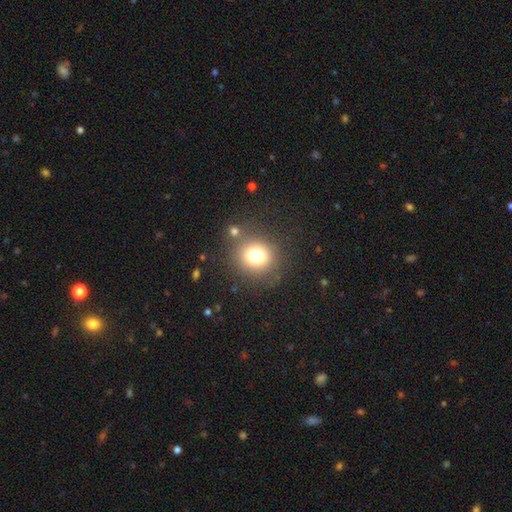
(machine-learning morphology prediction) This appears to be a smooth galaxy with no disk features (76%) that is round (85%). Merging: none (79%).